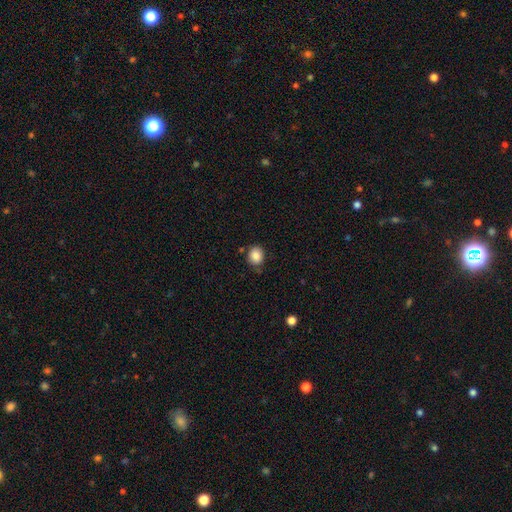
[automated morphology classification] smooth 85%, star or artifact 9%, featured or disk 5%. Down the decision tree: how rounded — round (71%); merging — none (75%).